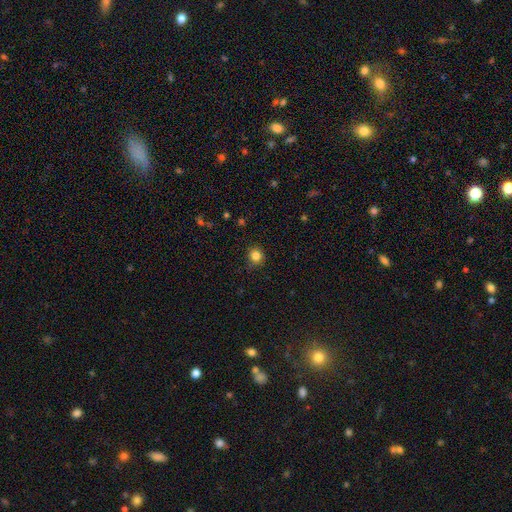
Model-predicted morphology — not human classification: Q: Smooth or featured?
A: smooth (83%); runner-up: star or artifact (12%)
Q: How rounded?
A: round (88%); runner-up: in between (11%)
Q: Merging?
A: none (87%); runner-up: minor disturbance (9%)